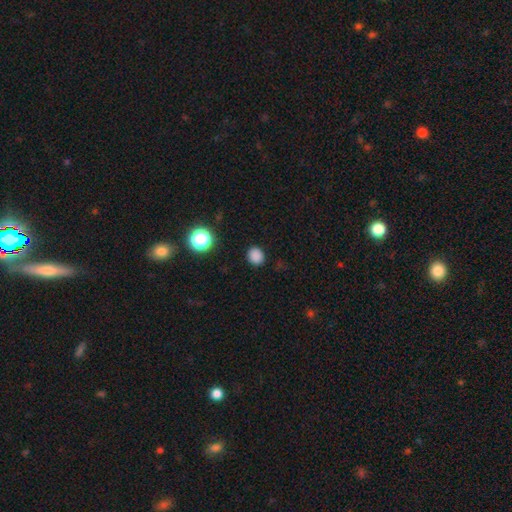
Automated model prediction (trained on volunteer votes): smooth-or-featured: smooth: 84% | star or artifact: 13% | featured or disk: 3%
  how-rounded: round: 68% | in between: 31% | cigar-shaped: 1%
  merging: none: 89% | minor disturbance: 7% | major disturbance: 2% | merger: 1%